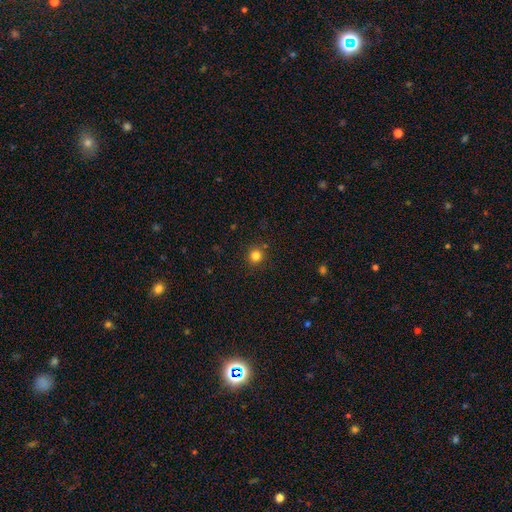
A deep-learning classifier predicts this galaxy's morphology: A smooth galaxy with no disk features (82%) that is round (92%). Merging: none (89%).